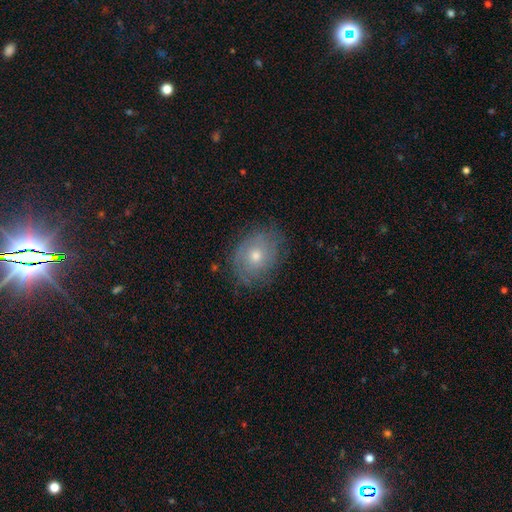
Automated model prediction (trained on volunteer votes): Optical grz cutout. It shows a featured or disk galaxy (49%). Merging: none (76%).